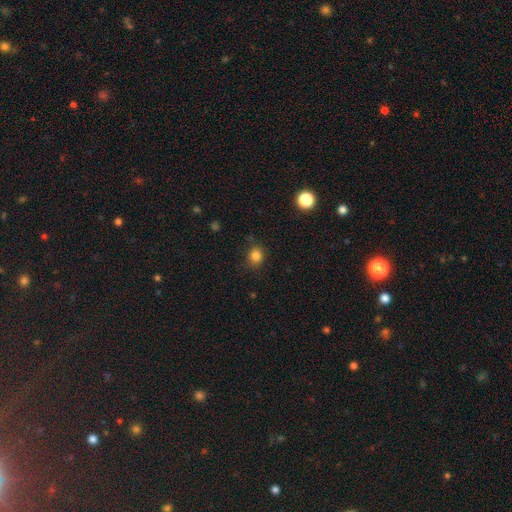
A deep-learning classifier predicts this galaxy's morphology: A smooth galaxy with no disk features (83%) that is round (76%).

Vote fractions:
- Smooth or featured? smooth: 83% / star or artifact: 12% / featured or disk: 5%
- How rounded? round: 76% / in between: 23% / cigar-shaped: 1%
- Merging? none: 83% / minor disturbance: 13% / major disturbance: 3% / merger: 2%